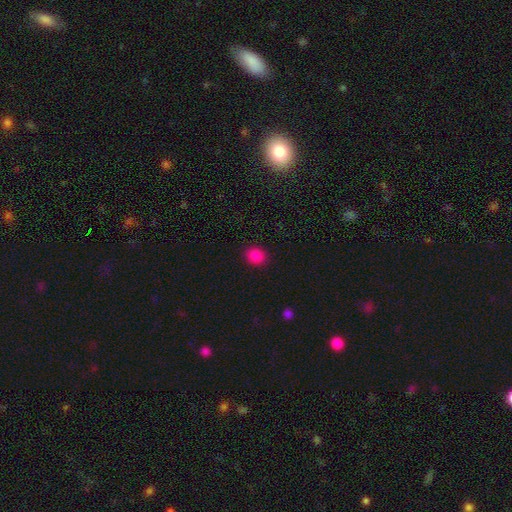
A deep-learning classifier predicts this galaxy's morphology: Smooth or featured?
  - smooth: 84% *
  - star or artifact: 13%
  - featured or disk: 3%
How rounded?
  - round: 62% *
  - in between: 37%
  - cigar-shaped: 1%
Merging?
  - none: 90% *
  - minor disturbance: 7%
  - major disturbance: 2%
  - merger: 1%